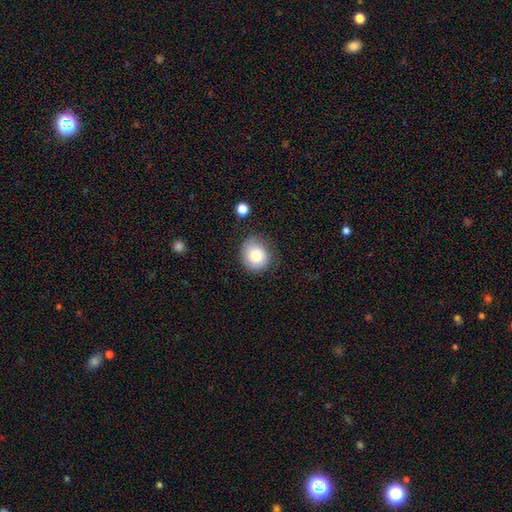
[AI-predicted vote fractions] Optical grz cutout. It shows a smooth galaxy with no disk features (80%) that is round (77%). Merging: none (75%).